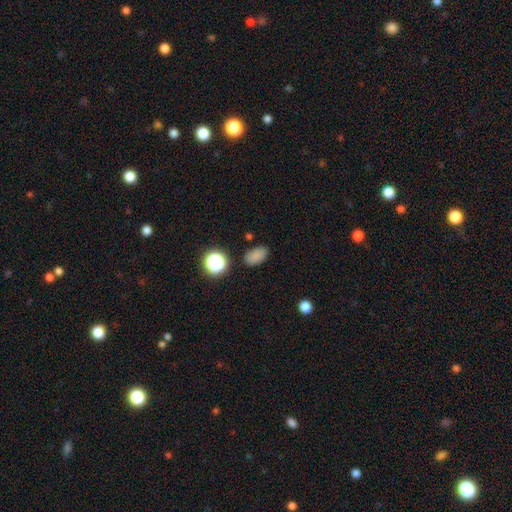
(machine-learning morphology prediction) Smooth or featured? smooth (81%)
How rounded? in between (88%)
Merging? none (83%)